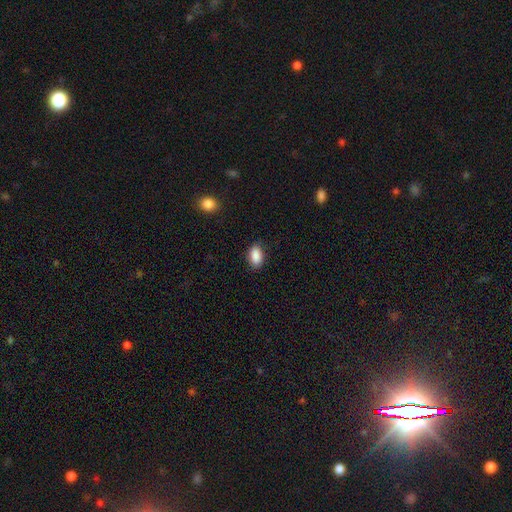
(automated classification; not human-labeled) The model was most divided on "merging": none: 83%, minor disturbance: 13%, major disturbance: 3%, merger: 1%. More confident: how rounded — in between (91%); smooth or featured — smooth (89%).